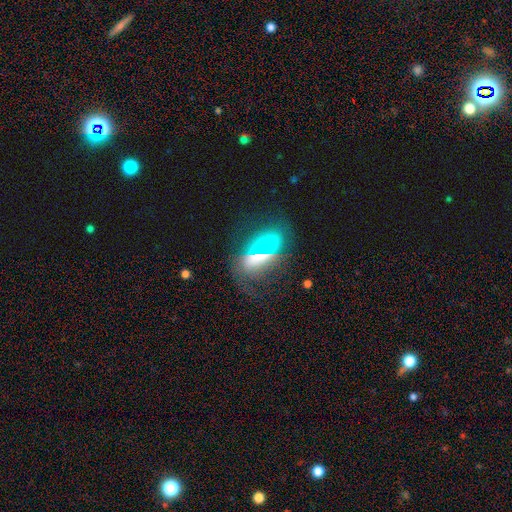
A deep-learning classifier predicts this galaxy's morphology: Smooth or featured? Predicted: smooth (p=0.47). Merging? Predicted: none (p=0.60).